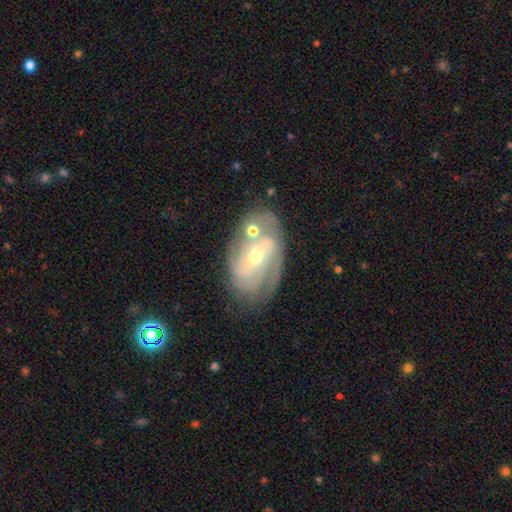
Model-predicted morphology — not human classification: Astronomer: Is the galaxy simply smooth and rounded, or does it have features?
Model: featured or disk — 81%.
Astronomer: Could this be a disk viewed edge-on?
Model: no — 95%.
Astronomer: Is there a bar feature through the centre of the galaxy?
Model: weak — 42% (runner-up: no, 30%).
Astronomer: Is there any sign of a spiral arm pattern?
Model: yes — 89%.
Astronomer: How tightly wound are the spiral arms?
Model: tight — 49% (runner-up: medium, 37%).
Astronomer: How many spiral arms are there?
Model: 2 — 43% (runner-up: can't tell, 27%).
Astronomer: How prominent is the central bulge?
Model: small — 52% (runner-up: moderate, 44%).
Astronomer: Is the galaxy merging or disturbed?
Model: none — 64%.